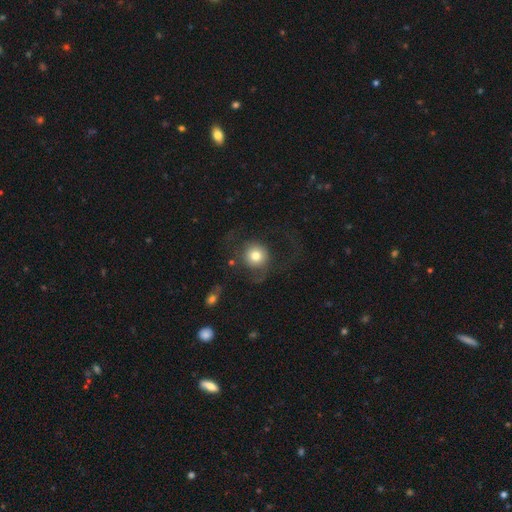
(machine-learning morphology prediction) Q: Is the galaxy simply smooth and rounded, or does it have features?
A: smooth — 69%.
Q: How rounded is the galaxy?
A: round — 91%.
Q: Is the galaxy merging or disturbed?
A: none — 47%.